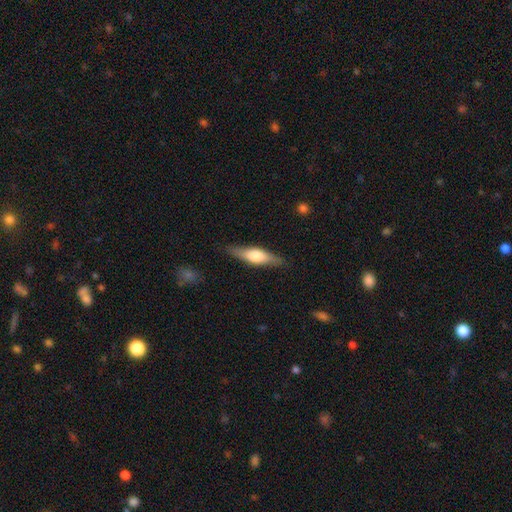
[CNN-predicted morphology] Overall: smooth (52%; featured or disk 42%). How rounded: cigar-shaped (62%; in between 36%). Merging: none (85%).